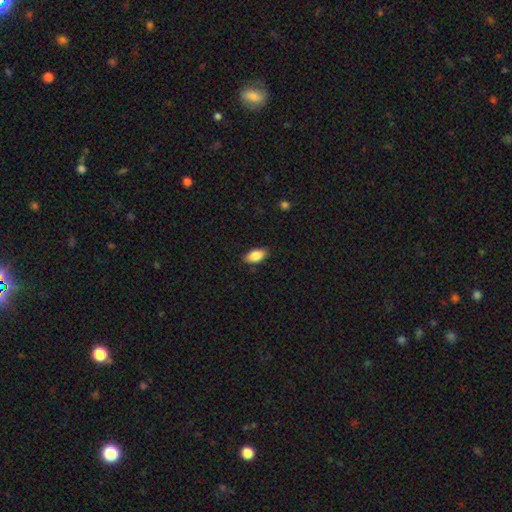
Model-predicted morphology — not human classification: A smooth galaxy with no disk features (86%) that is in between round and cigar-shaped (91%). Merging: none (85%).